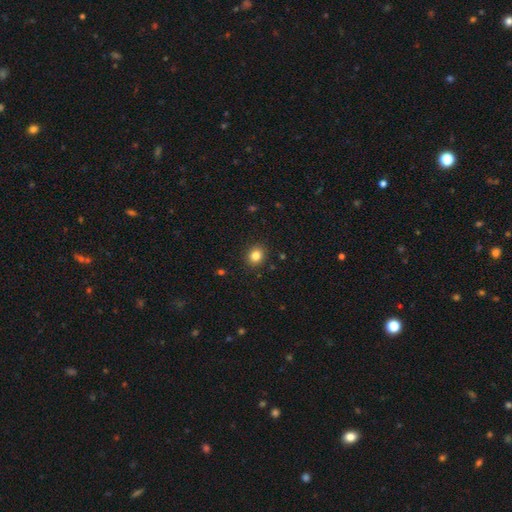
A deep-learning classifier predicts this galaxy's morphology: A smooth galaxy with no disk features (83%) that is round (77%).

Vote fractions:
- Smooth or featured? smooth: 83% / star or artifact: 12% / featured or disk: 6%
- How rounded? round: 77% / in between: 22% / cigar-shaped: 1%
- Merging? none: 90% / minor disturbance: 7% / major disturbance: 2% / merger: 1%